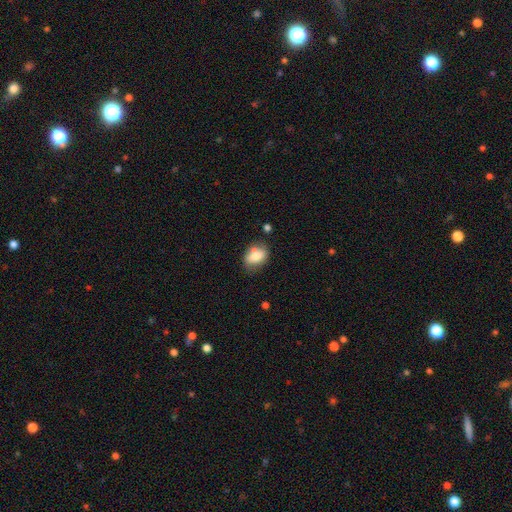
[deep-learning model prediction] Smooth or featured?
  - smooth: 77% *
  - featured or disk: 15%
  - star or artifact: 8%
How rounded?
  - in between: 75% *
  - round: 24%
  - cigar-shaped: 2%
Merging?
  - none: 60% *
  - minor disturbance: 25%
  - merger: 9%
  - major disturbance: 6%